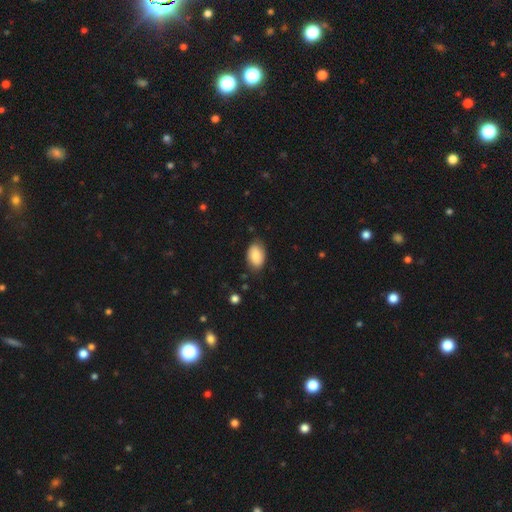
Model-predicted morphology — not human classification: Smooth or featured? smooth (80%)
How rounded? in between (92%)
Merging? none (77%)